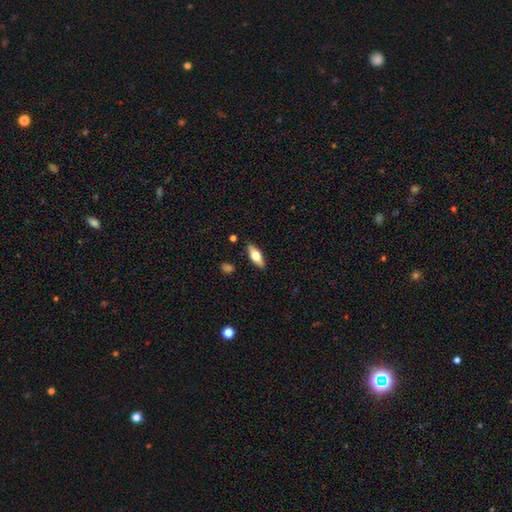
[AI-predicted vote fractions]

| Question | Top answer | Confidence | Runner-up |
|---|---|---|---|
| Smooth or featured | smooth | 53% | featured or disk (40%) |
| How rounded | in between | 66% | cigar-shaped (31%) |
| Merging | none | 87% | minor disturbance (9%) |